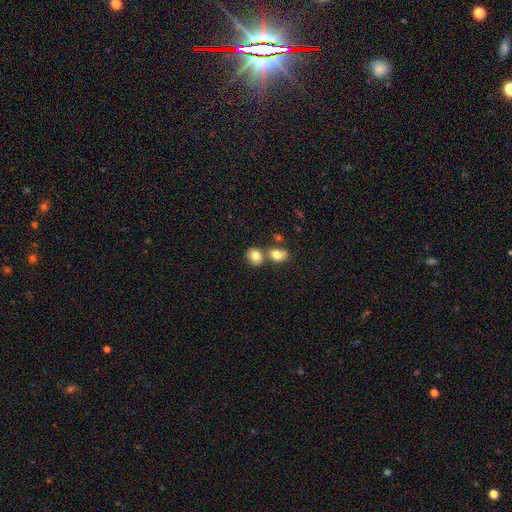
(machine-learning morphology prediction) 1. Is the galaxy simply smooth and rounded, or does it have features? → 80% smooth, 10% featured or disk, 9% star or artifact.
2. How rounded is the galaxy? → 56% round, 43% in between, 1% cigar-shaped.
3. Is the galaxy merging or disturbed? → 48% none, 40% merger, 9% minor disturbance, 3% major disturbance.